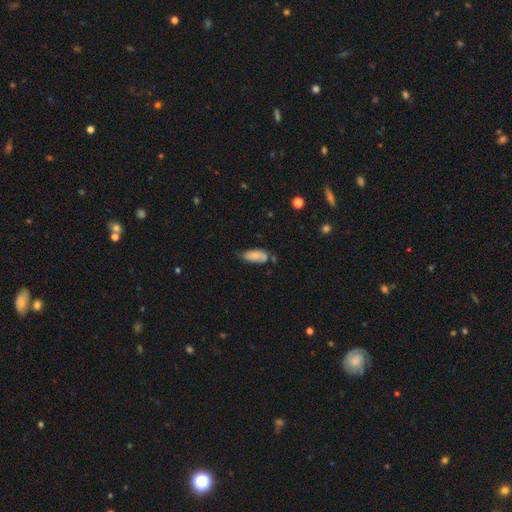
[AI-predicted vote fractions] smooth 77%, featured or disk 16%, star or artifact 7%. Down the decision tree: how rounded — in between (87%); merging — none (51%).